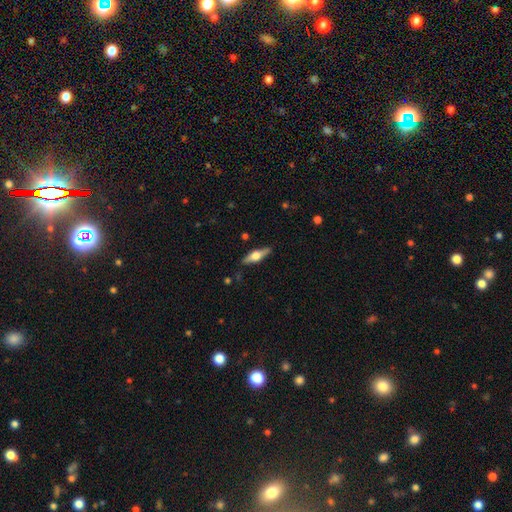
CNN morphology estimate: Q: Smooth or featured?
A: featured or disk (62%); runner-up: smooth (32%)
Q: Edge-on disk?
A: yes (95%); runner-up: no (5%)
Q: Edge-on bulge?
A: rounded (93%); runner-up: boxy (6%)
Q: Merging?
A: none (87%); runner-up: minor disturbance (10%)